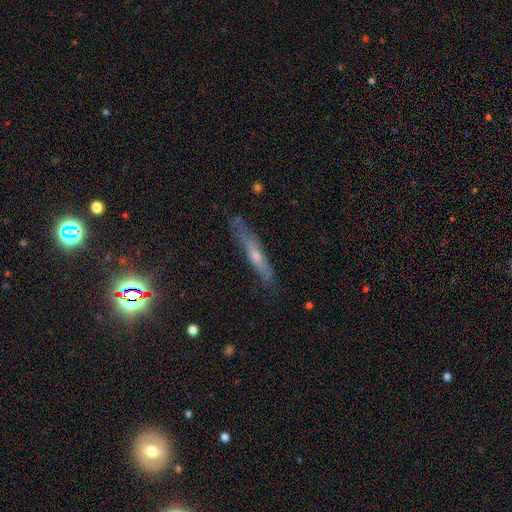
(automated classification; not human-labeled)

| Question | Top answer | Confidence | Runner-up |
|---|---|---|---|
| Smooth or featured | featured or disk | 50% | smooth (36%) |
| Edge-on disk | yes | 81% | no (19%) |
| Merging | none | 73% | minor disturbance (21%) |